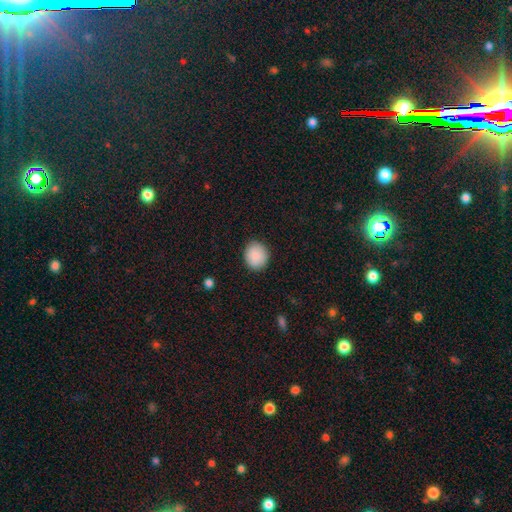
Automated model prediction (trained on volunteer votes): Smooth or featured?
  - smooth: 88% *
  - star or artifact: 7%
  - featured or disk: 4%
How rounded?
  - round: 75% *
  - in between: 24%
  - cigar-shaped: 1%
Merging?
  - none: 88% *
  - minor disturbance: 9%
  - major disturbance: 2%
  - merger: 1%